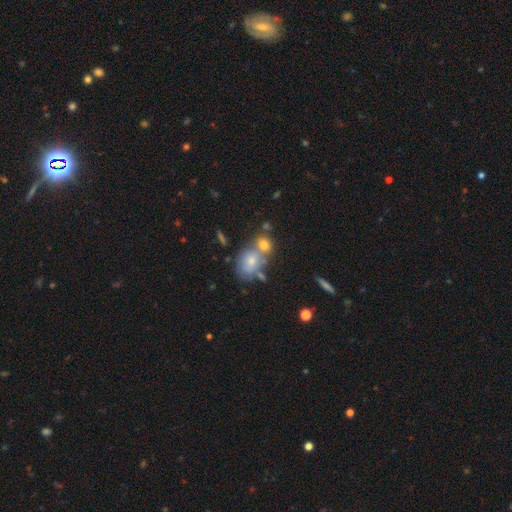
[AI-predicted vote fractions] This is possibly a smooth galaxy (49%). Merging: marginally none (43%).